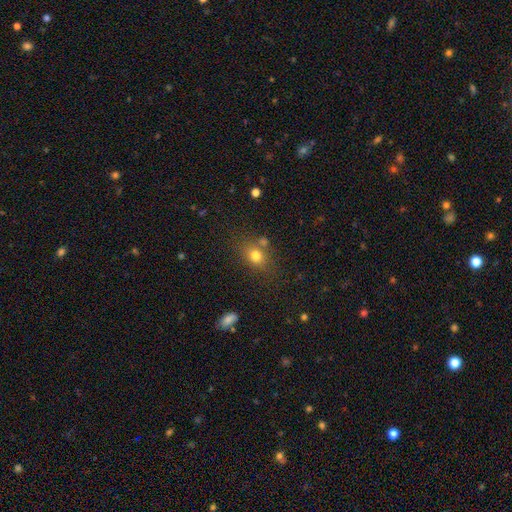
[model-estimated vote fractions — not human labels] smooth_or_featured: smooth (p=0.76) [alt: star or artifact p=0.13]
how_rounded: in between (p=0.50) [alt: round p=0.49]
merging: none (p=0.66) [alt: merger p=0.14]